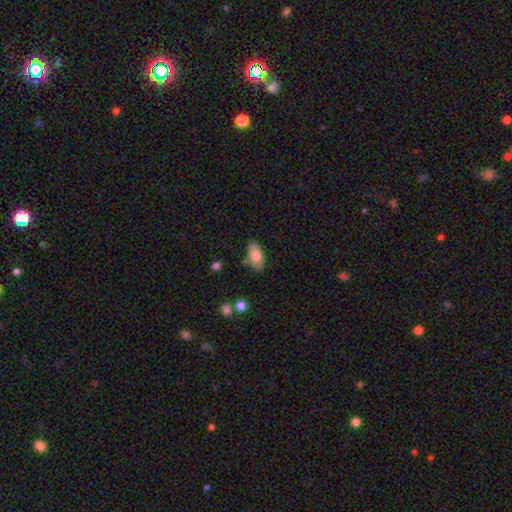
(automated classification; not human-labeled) smooth_or_featured: smooth (p=0.74) [alt: featured or disk p=0.19]
how_rounded: in between (p=0.92) [alt: round p=0.04]
merging: none (p=0.74) [alt: minor disturbance p=0.18]